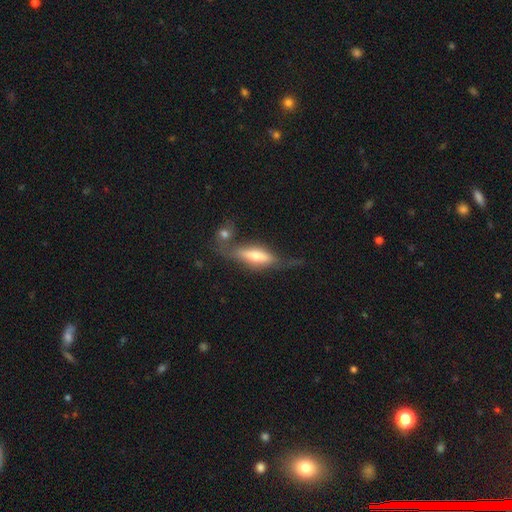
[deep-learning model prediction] This appears to be a featured or disk galaxy (52%) viewed edge-on (78%). Merging: none (47%).